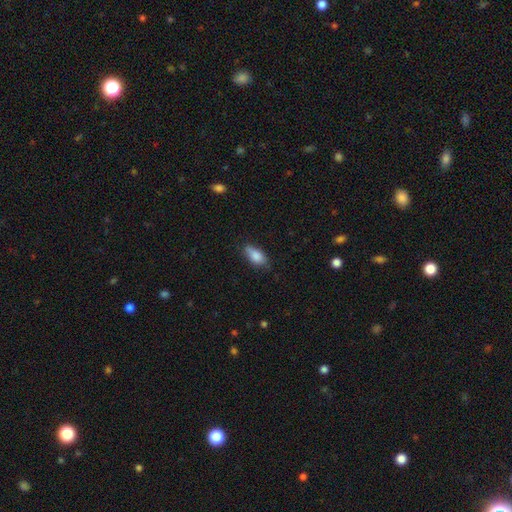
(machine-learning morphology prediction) Smooth or featured? smooth (85%)
How rounded? in between (88%)
Merging? none (68%)